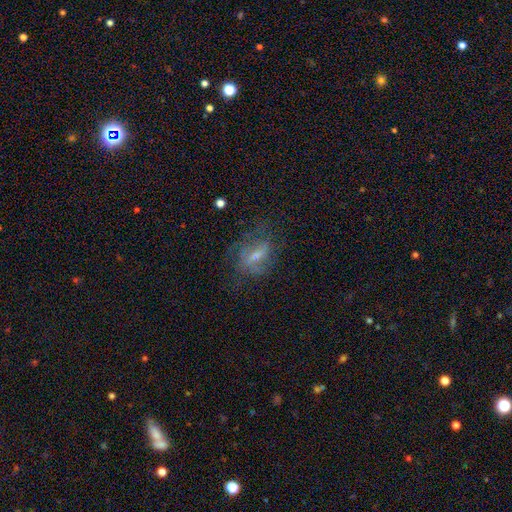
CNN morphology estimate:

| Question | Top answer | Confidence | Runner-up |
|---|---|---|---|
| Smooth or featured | featured or disk | 60% | smooth (28%) |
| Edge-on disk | no | 92% | yes (8%) |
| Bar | weak | 47% | no (29%) |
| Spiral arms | yes | 64% | no (36%) |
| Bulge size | small | 50% | moderate (35%) |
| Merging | none | 54% | major disturbance (22%) |